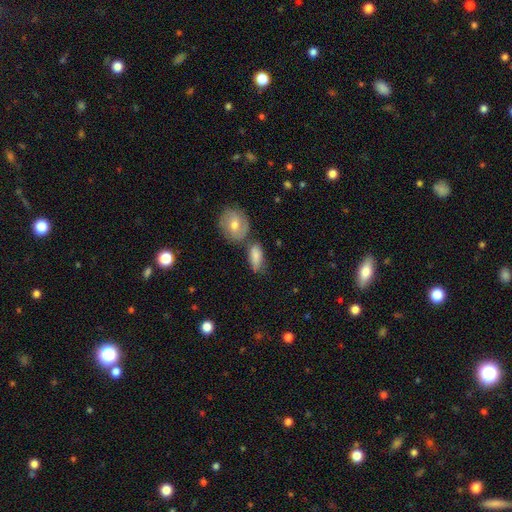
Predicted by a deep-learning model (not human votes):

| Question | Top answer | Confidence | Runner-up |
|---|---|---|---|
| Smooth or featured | smooth | 77% | featured or disk (16%) |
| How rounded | in between | 82% | cigar-shaped (11%) |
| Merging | none | 53% | minor disturbance (20%) |